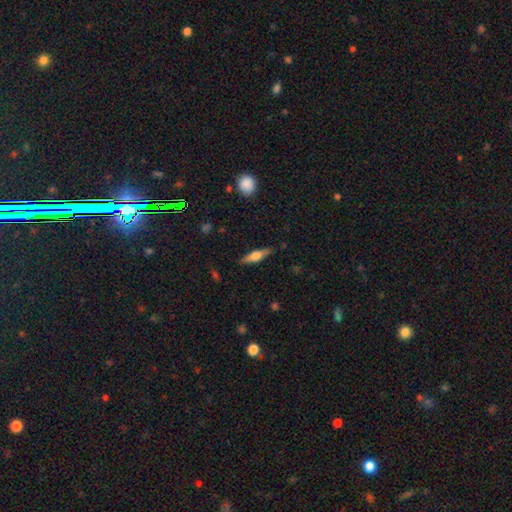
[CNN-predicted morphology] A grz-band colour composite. It shows a smooth galaxy with no disk features (48%). Merging: none (86%).